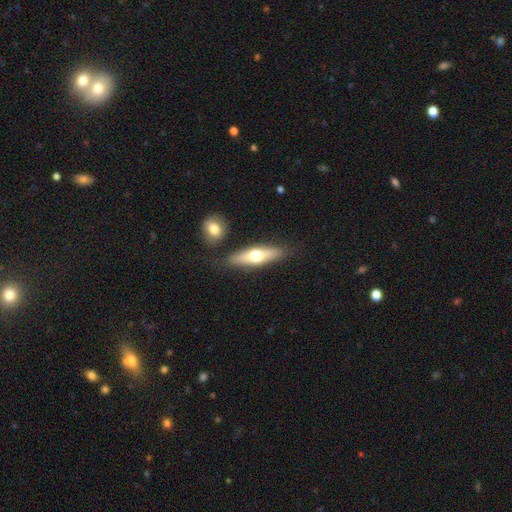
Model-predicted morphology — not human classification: This appears to be a smooth galaxy with no disk features (55%) that is cigar-shaped (59%). Merging: none (78%).